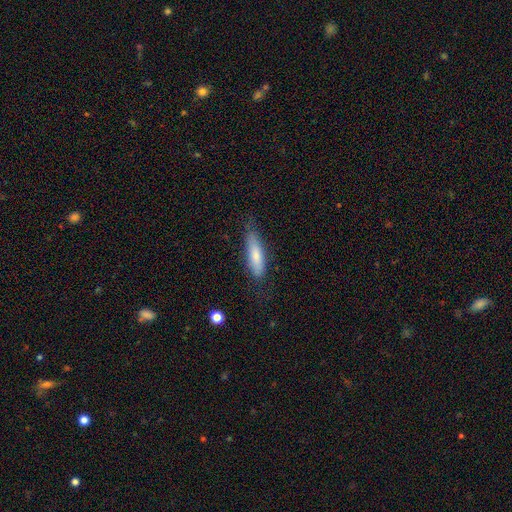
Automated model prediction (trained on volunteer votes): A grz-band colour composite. It shows a smooth galaxy with no disk features (72%) that is cigar-shaped (63%). Merging: none (72%).